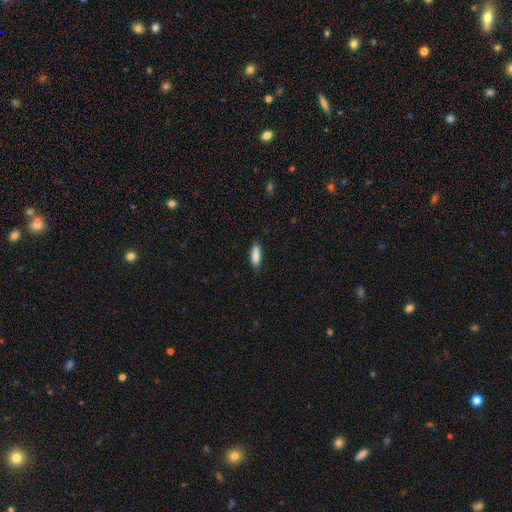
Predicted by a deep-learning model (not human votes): Smooth or featured? smooth (84%)
How rounded? in between (56%)
Merging? none (79%)